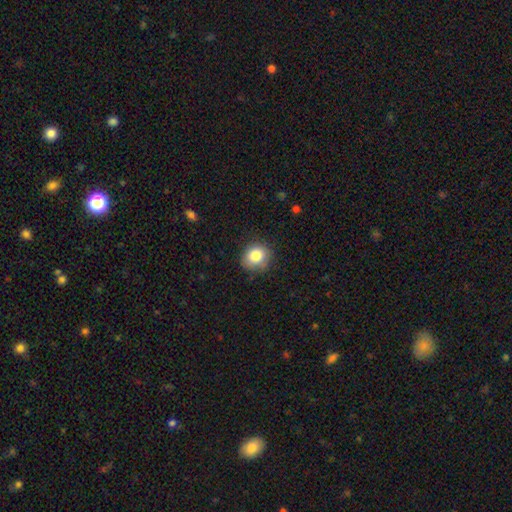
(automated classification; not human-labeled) Smooth or featured: smooth — 84% (star or artifact — 9%)
How rounded: round — 74% (in between — 25%)
Merging: none — 79% (minor disturbance — 17%)